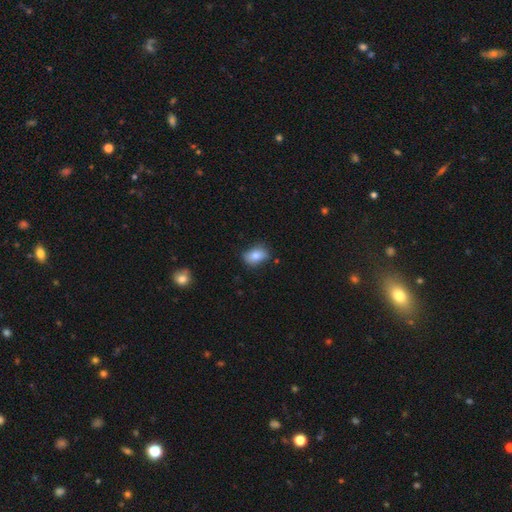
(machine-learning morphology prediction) smooth_or_featured: smooth (p=0.80) [alt: featured or disk p=0.12]
how_rounded: in between (p=0.82) [alt: round p=0.16]
merging: none (p=0.75) [alt: minor disturbance p=0.20]